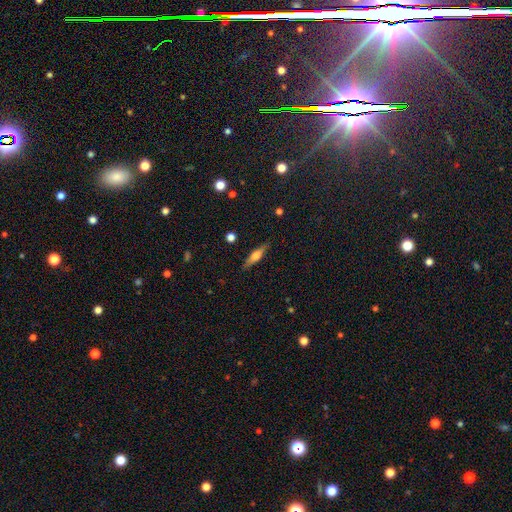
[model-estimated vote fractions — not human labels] This appears to be a featured or disk galaxy (54%) viewed edge-on (95%) with a rounded central bulge (86%). Merging: none (88%).